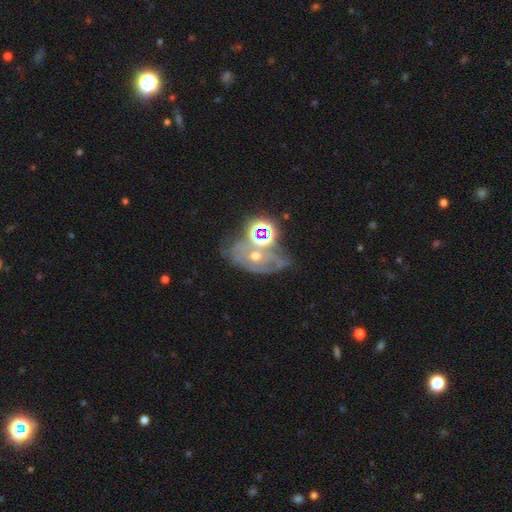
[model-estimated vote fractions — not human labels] Smooth or featured?
  - featured or disk: 50% *
  - star or artifact: 31%
  - smooth: 19%
Merging?
  - none: 45% *
  - merger: 21%
  - minor disturbance: 19%
  - major disturbance: 15%